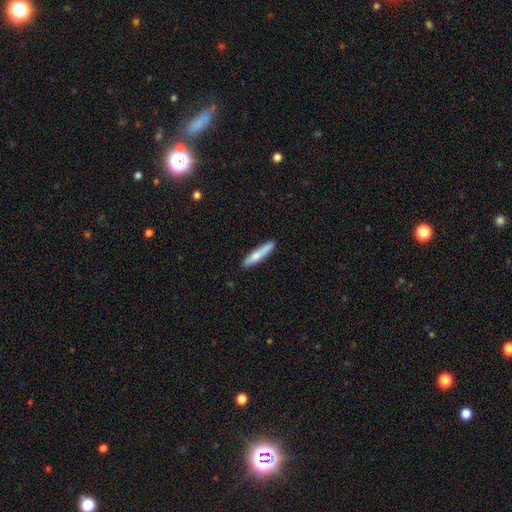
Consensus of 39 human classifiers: Morphology: type=smooth (72%); roundness=cigar-shaped (86%); merging=none (68%).